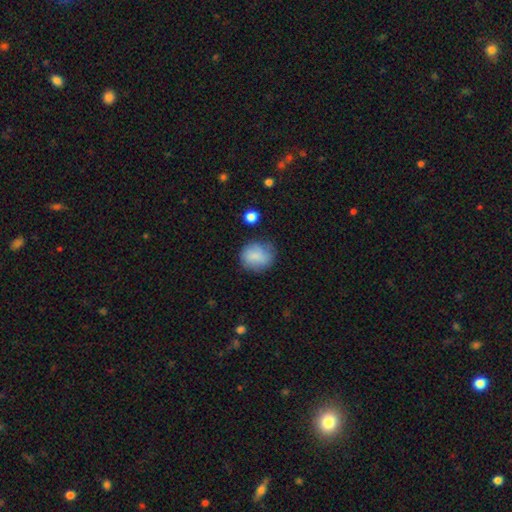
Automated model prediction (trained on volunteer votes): Smooth or featured?
  - smooth: 83% *
  - featured or disk: 9%
  - star or artifact: 8%
How rounded?
  - round: 67% *
  - in between: 32%
  - cigar-shaped: 1%
Merging?
  - none: 64% *
  - minor disturbance: 25%
  - major disturbance: 7%
  - merger: 3%